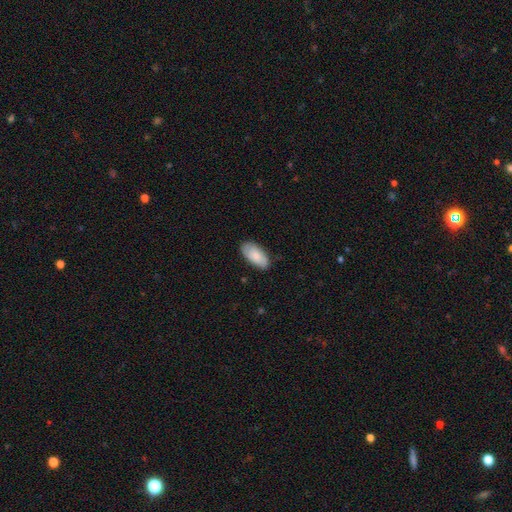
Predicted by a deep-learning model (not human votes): Smooth or featured?
  - smooth: 78% *
  - featured or disk: 16%
  - star or artifact: 6%
How rounded?
  - in between: 94% *
  - cigar-shaped: 4%
  - round: 2%
Merging?
  - none: 82% *
  - minor disturbance: 15%
  - major disturbance: 3%
  - merger: 1%